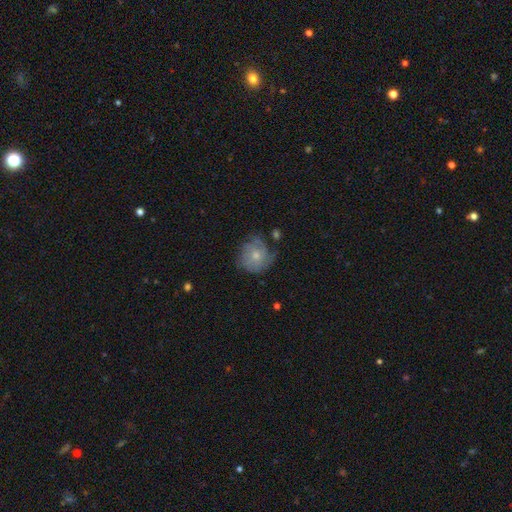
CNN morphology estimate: Smooth or featured? smooth (49%)
Merging? none (58%)